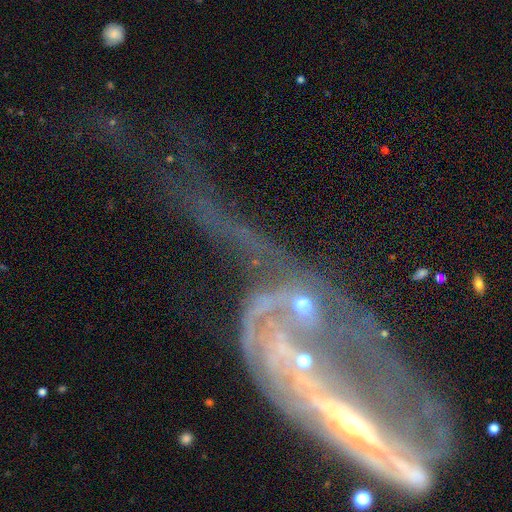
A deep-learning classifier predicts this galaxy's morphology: A featured or disk galaxy (73%) with no bar (59%), spiral arms (64%) and a small central bulge (47%).

Vote fractions:
- Smooth or featured? featured or disk: 73% / star or artifact: 14% / smooth: 12%
- Edge-on disk? no: 86% / yes: 14%
- Bar? no: 59% / weak: 23% / strong: 19%
- Spiral arms? yes: 64% / no: 36%
- Bulge size? small: 47% / moderate: 33% / none: 12% / large: 5% / dominant: 3%
- Merging? merger: 44% / major disturbance: 31% / none: 15% / minor disturbance: 10%